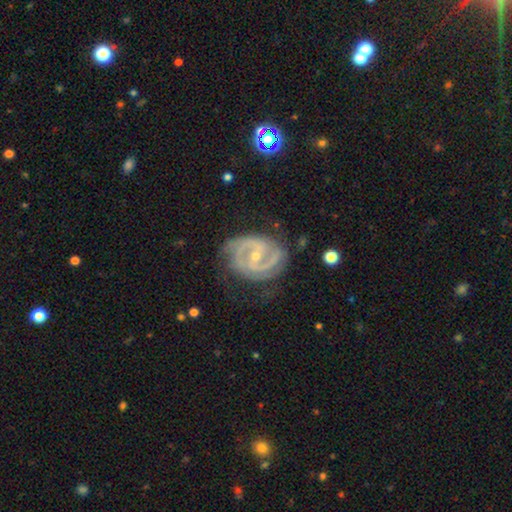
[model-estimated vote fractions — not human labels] Morphology: type=featured or disk (91%); edge-on=no (97%); bar=weak (41%); spiral arms=yes (97%); winding=tight (47%); arm count=2 (75%); bulge=small (65%); merging=none (68%).